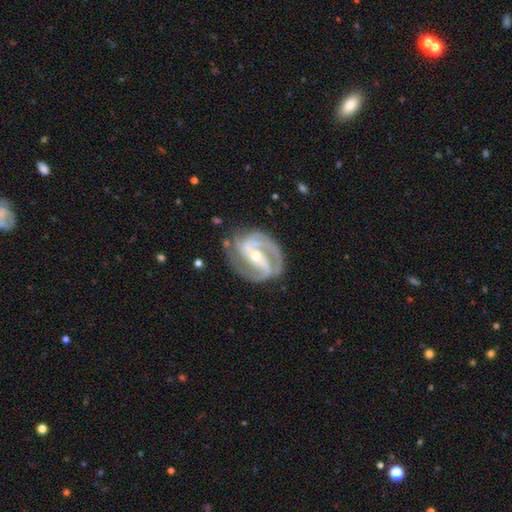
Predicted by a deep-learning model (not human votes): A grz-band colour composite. It shows a featured or disk galaxy (91%) with a strong bar (53%), 2 (64%) medium (48%) spiral arms (98%) and a small central bulge (55%). Merging: none (75%).